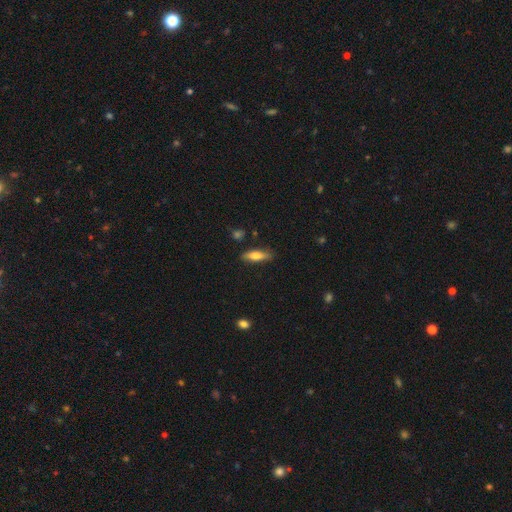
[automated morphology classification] Smooth or featured: smooth — 70% (featured or disk — 23%)
How rounded: cigar-shaped — 58% (in between — 40%)
Merging: none — 82% (minor disturbance — 13%)